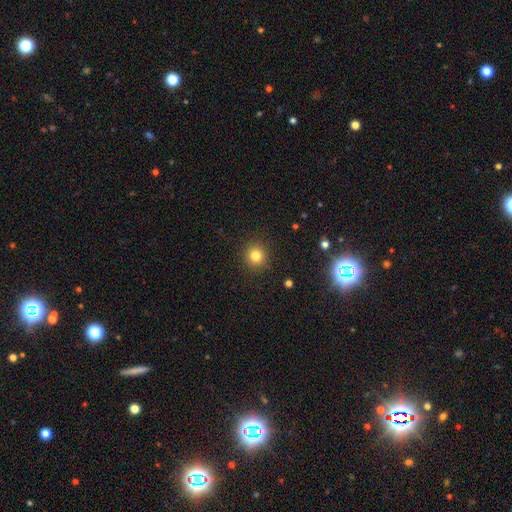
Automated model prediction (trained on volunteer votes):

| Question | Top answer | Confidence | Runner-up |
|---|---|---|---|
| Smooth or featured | smooth | 81% | star or artifact (13%) |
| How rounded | round | 93% | in between (6%) |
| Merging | none | 91% | minor disturbance (5%) |